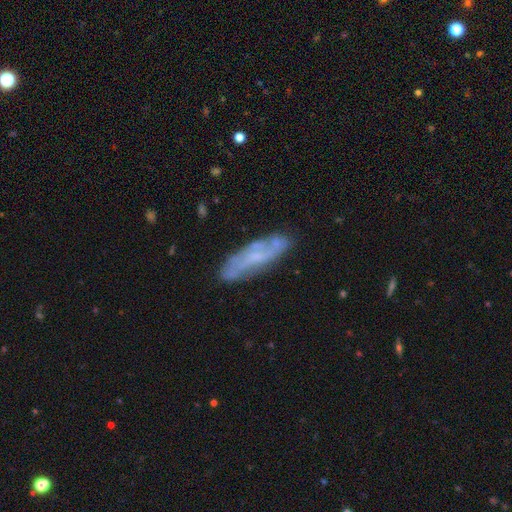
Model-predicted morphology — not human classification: smooth-or-featured: featured or disk: 61% | smooth: 32% | star or artifact: 7%
  disk-edge-on: no: 71% | yes: 29%
  merging: none: 77% | minor disturbance: 16% | major disturbance: 4% | merger: 2%